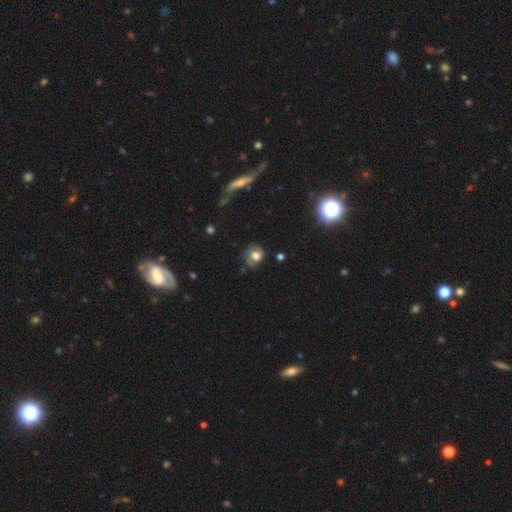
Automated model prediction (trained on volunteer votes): Smooth or featured? Predicted: smooth (p=0.62). How rounded? Predicted: round (p=0.75). Merging? Predicted: none (p=0.60).